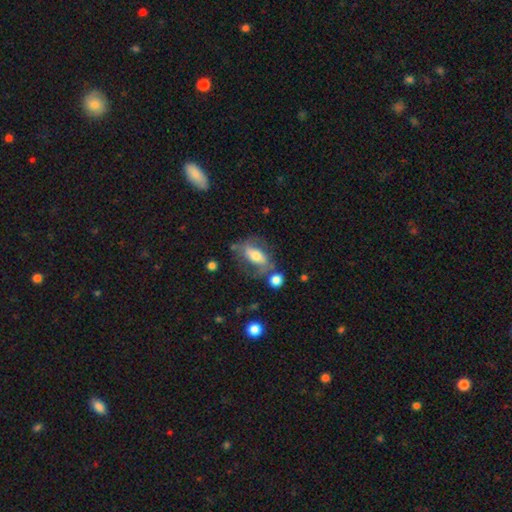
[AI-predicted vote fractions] Overall: smooth (46%, tied with featured or disk). Merging: none (54%; minor disturbance 21%).